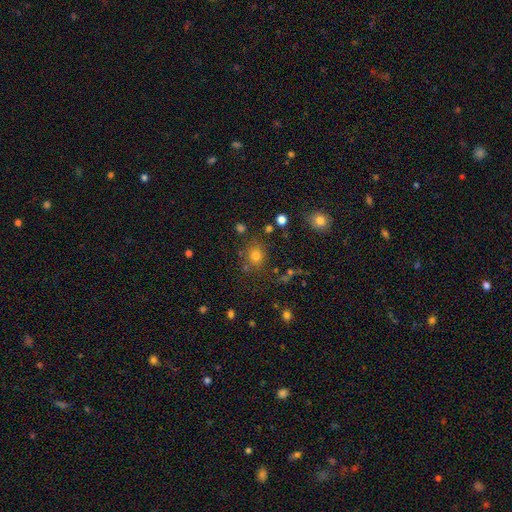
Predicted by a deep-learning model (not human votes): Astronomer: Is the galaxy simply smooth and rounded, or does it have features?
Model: smooth — 73%.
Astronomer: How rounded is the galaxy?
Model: round — 82%.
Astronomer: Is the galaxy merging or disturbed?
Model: none — 77%.